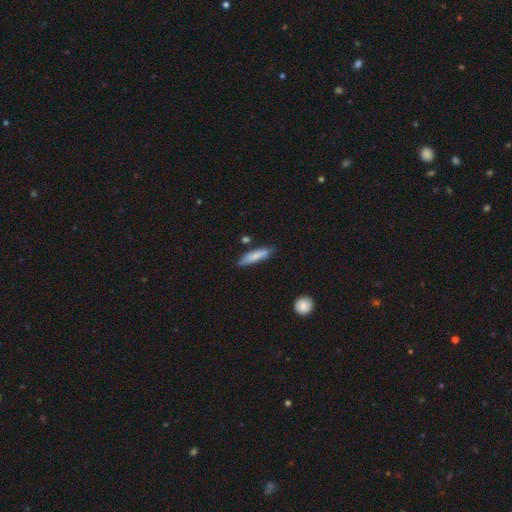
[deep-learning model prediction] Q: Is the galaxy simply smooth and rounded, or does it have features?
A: smooth — 79%.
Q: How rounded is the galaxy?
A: cigar-shaped — 75%.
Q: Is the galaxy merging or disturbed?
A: none — 76%.